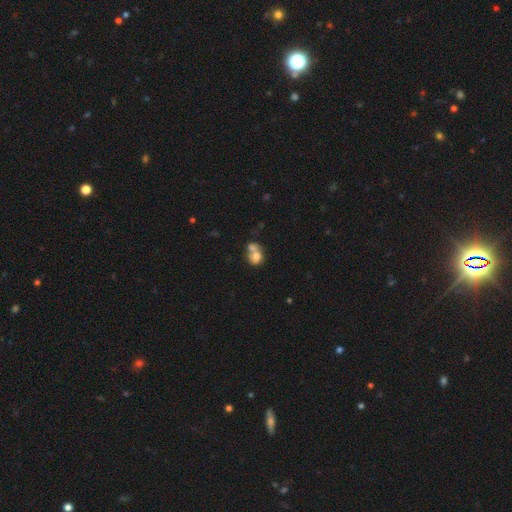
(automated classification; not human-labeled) Smooth or featured?
  - smooth: 70% *
  - featured or disk: 20%
  - star or artifact: 10%
How rounded?
  - round: 61% *
  - in between: 38%
  - cigar-shaped: 1%
Merging?
  - merger: 65% *
  - none: 23%
  - minor disturbance: 8%
  - major disturbance: 4%